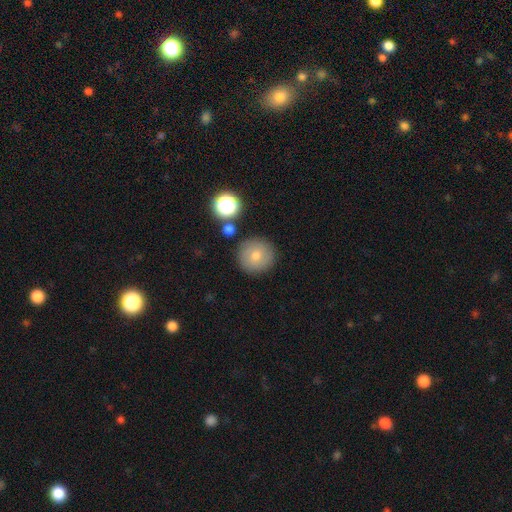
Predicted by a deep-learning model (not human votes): Smooth or featured? smooth (76%)
How rounded? round (94%)
Merging? none (84%)